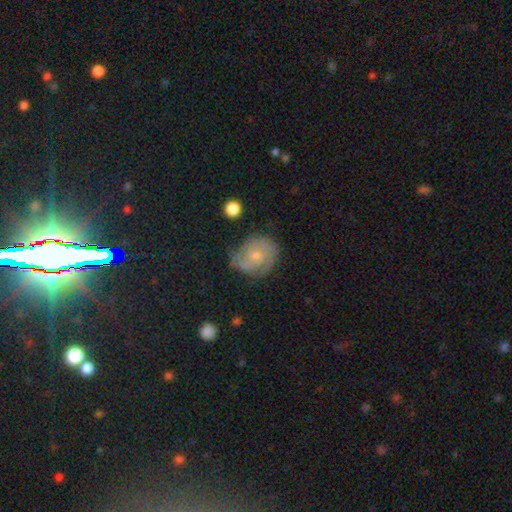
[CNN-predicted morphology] Smooth or featured: featured or disk — 73% (smooth — 19%)
Edge-on disk: no — 98% (yes — 2%)
Bar: no — 68% (weak — 28%)
Spiral arms: yes — 93% (no — 7%)
Spiral winding: tight — 54% (medium — 36%)
Spiral arm count: 2 — 41% (can't tell — 25%)
Bulge size: small — 61% (moderate — 34%)
Merging: none — 67% (minor disturbance — 23%)